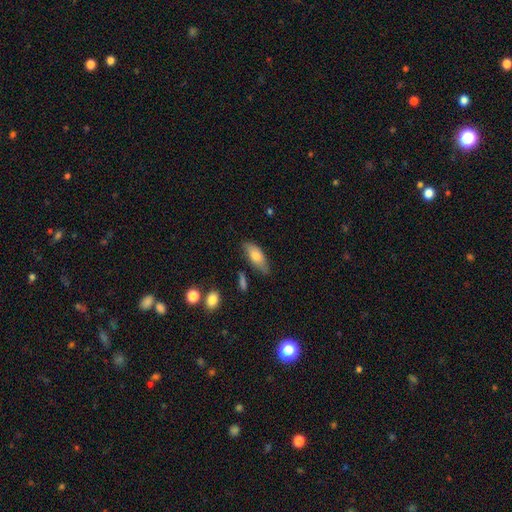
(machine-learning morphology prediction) Q: Smooth or featured?
A: smooth (73%); runner-up: featured or disk (20%)
Q: How rounded?
A: in between (77%); runner-up: cigar-shaped (20%)
Q: Merging?
A: none (77%); runner-up: minor disturbance (17%)